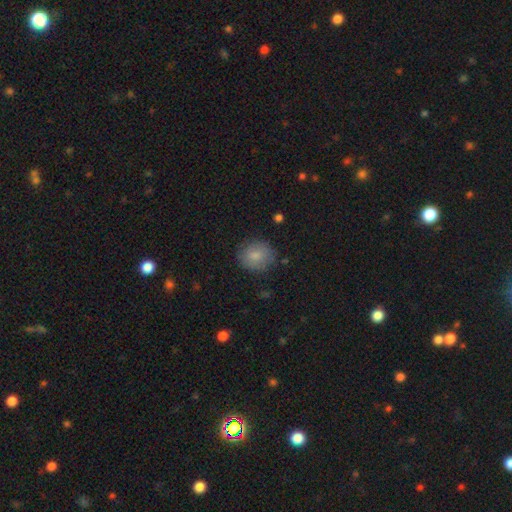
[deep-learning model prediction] Morphology: type=smooth (79%); roundness=round (67%); merging=none (79%).